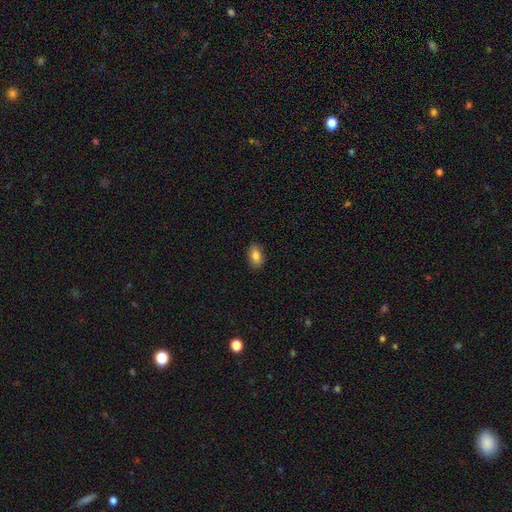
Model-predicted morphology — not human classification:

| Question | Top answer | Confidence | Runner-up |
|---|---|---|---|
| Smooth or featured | smooth | 84% | featured or disk (9%) |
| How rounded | in between | 90% | round (7%) |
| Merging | none | 88% | minor disturbance (9%) |